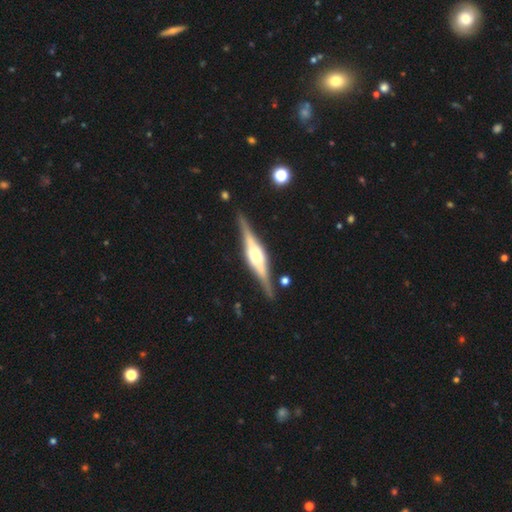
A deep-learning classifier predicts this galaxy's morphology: type=featured or disk (83%); edge-on=yes (98%); edge-on bulge=rounded (76%); merging=none (87%).